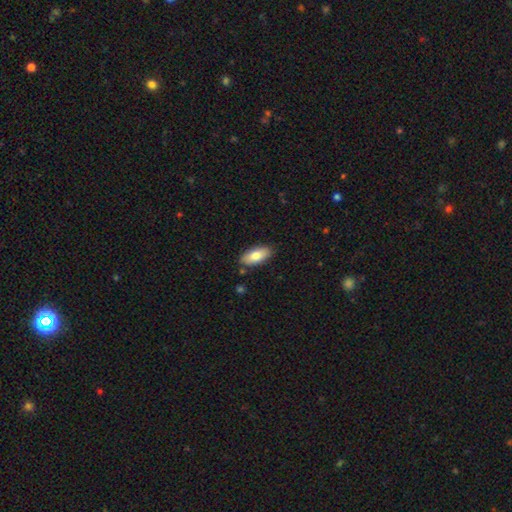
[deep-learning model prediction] Morphology: type=smooth (81%); roundness=in between (87%); merging=none (85%).